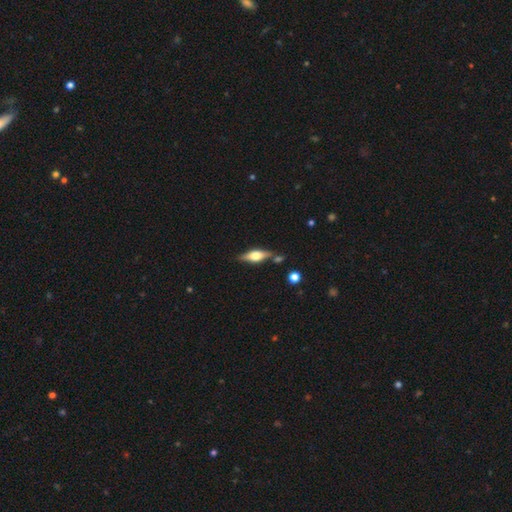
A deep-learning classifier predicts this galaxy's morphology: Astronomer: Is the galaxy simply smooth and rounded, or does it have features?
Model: featured or disk — 60%.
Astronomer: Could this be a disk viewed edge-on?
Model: yes — 94%.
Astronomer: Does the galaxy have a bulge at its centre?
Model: rounded — 90%.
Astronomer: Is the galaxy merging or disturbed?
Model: none — 76%.